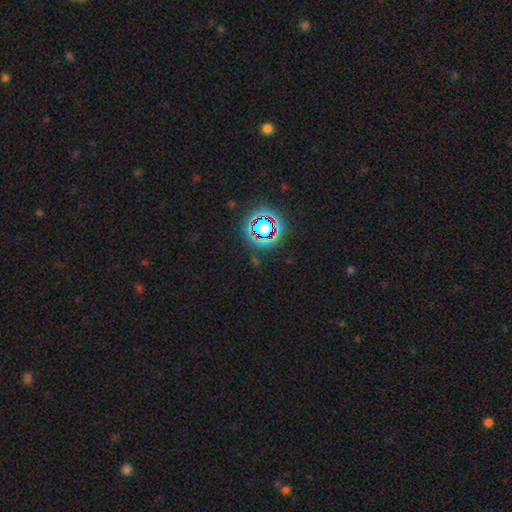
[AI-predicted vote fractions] Smooth or featured?
  - star or artifact: 74% *
  - smooth: 16%
  - featured or disk: 10%